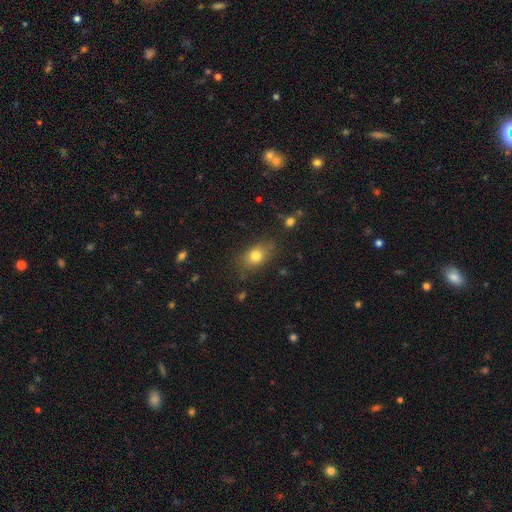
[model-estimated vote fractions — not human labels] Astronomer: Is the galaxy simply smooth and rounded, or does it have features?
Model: smooth — 79%.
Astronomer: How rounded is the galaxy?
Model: in between — 71%.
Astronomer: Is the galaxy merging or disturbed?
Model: none — 76%.